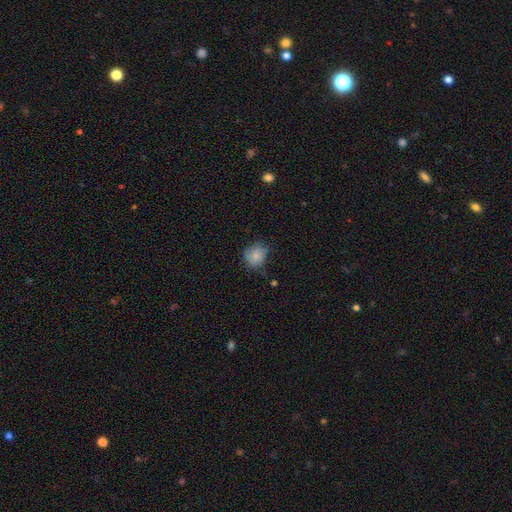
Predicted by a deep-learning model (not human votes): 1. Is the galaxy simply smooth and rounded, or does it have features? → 79% smooth, 12% featured or disk, 8% star or artifact.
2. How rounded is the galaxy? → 69% round, 30% in between, 1% cigar-shaped.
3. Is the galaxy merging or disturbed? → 63% none, 28% minor disturbance, 7% major disturbance, 2% merger.